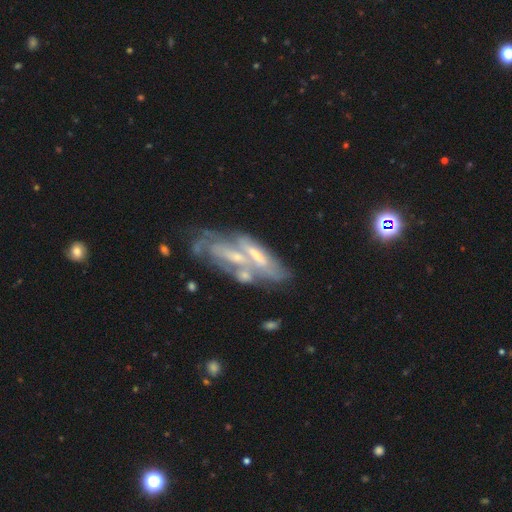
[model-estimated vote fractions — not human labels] featured or disk 62%, smooth 30%, star or artifact 8%. Down the decision tree: edge-on disk — no (72%); merging — merger (53%).